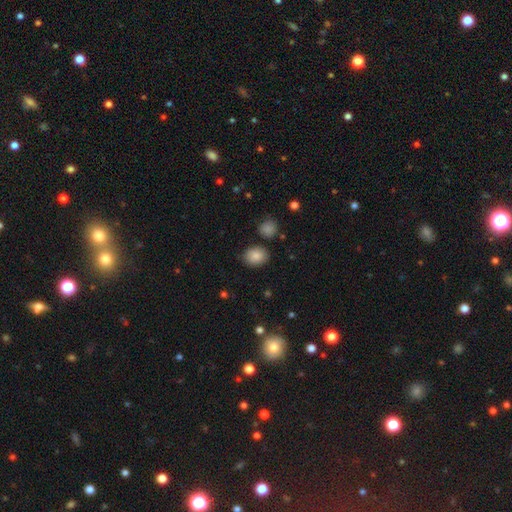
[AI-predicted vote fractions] This appears to be a smooth galaxy with no disk features (86%) that is in between round and cigar-shaped (58%). Merging: none (83%).